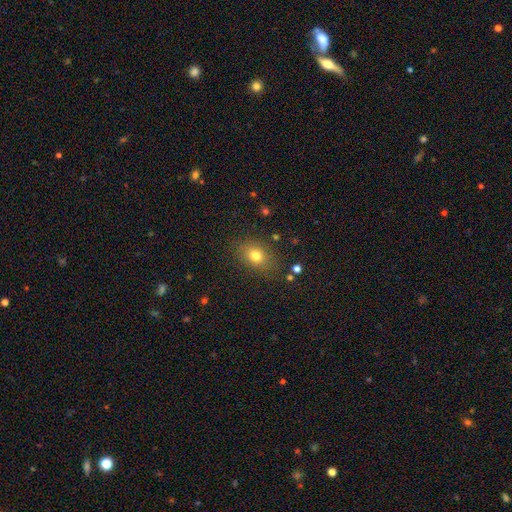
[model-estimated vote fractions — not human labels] smooth 76%, star or artifact 13%, featured or disk 11%. Down the decision tree: how rounded — in between (66%); merging — none (83%).